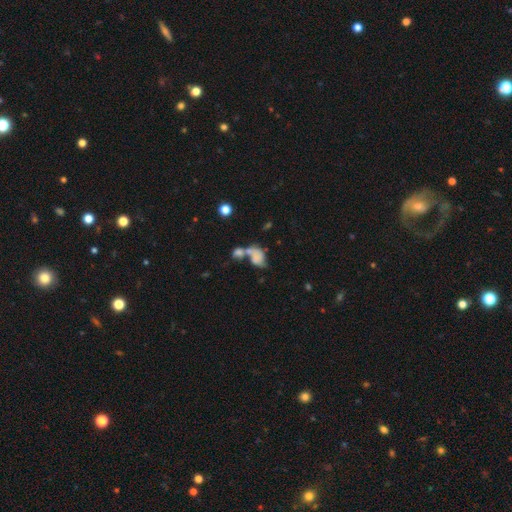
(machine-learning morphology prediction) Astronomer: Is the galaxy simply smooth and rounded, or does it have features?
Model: smooth — 62%.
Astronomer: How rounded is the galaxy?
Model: in between — 81%.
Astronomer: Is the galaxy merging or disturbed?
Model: merger — 58%.